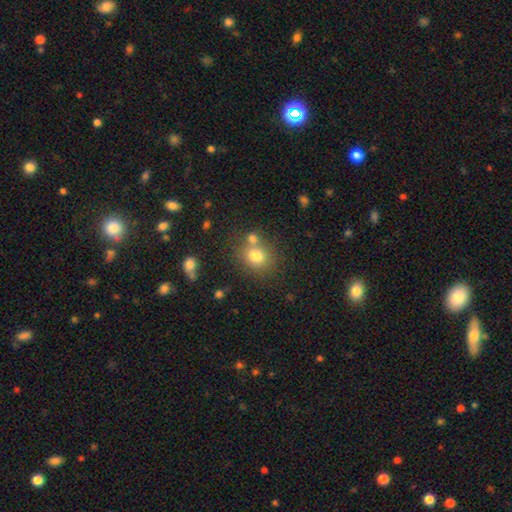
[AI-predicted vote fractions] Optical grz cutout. It shows a smooth galaxy with no disk features (76%) that is round (75%). Merging: none (62%).